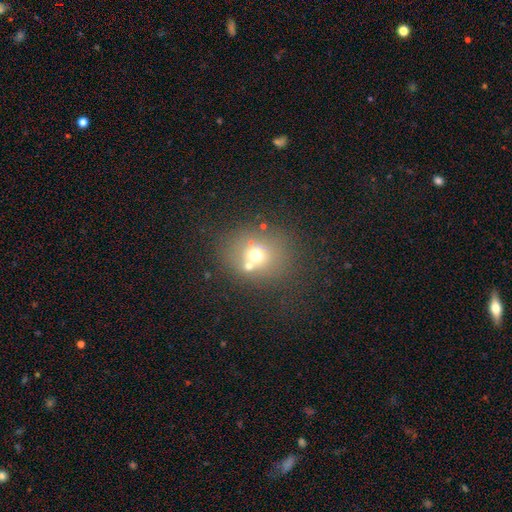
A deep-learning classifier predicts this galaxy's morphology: smooth-or-featured: smooth: 62% | featured or disk: 20% | star or artifact: 18%
  how-rounded: round: 69% | in between: 30% | cigar-shaped: 1%
  merging: none: 60% | merger: 24% | minor disturbance: 11% | major disturbance: 6%